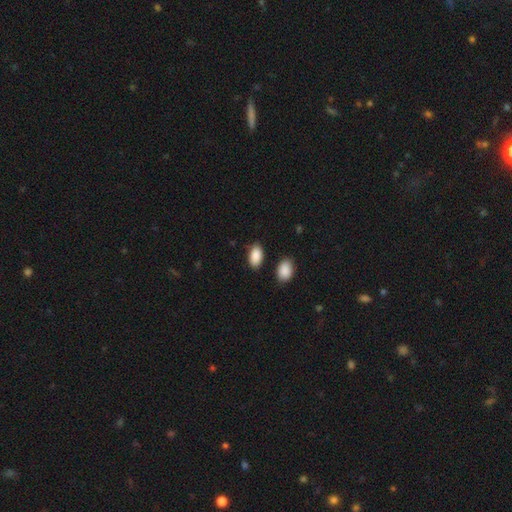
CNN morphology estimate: Smooth or featured: smooth — 90% (star or artifact — 6%)
How rounded: in between — 93% (round — 5%)
Merging: none — 82% (minor disturbance — 12%)